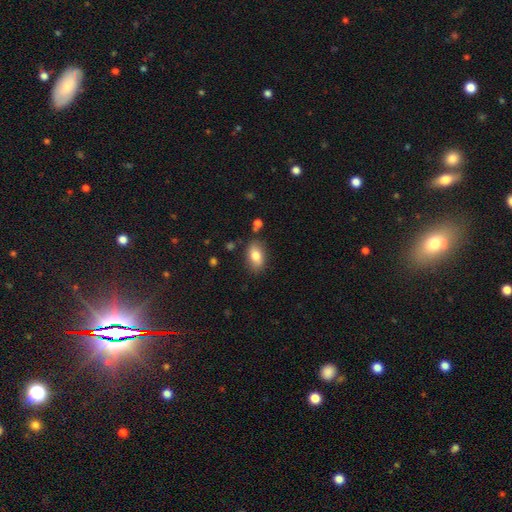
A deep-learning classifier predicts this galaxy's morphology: This appears to be a smooth galaxy with no disk features (79%) that is in between round and cigar-shaped (89%). Merging: none (80%).